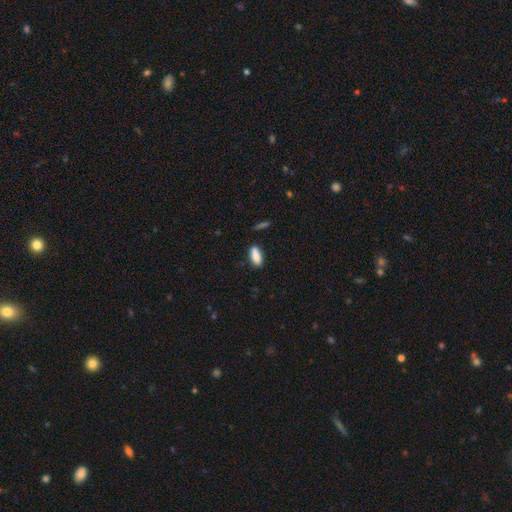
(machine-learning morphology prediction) This appears to be a smooth galaxy with no disk features (87%) that is in between round and cigar-shaped (76%). Merging: none (81%).